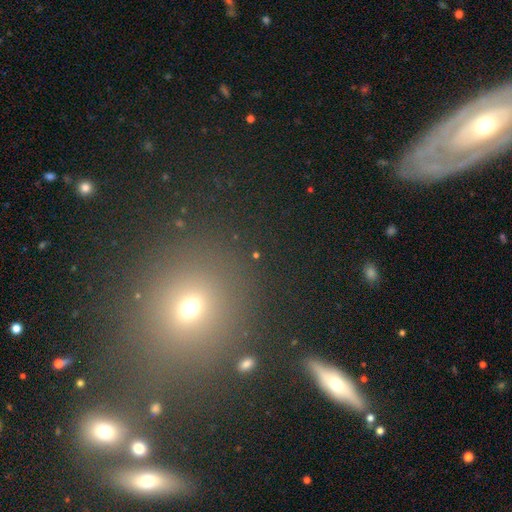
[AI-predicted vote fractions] This is possibly a smooth galaxy (45%). Merging: clearly none (82%).